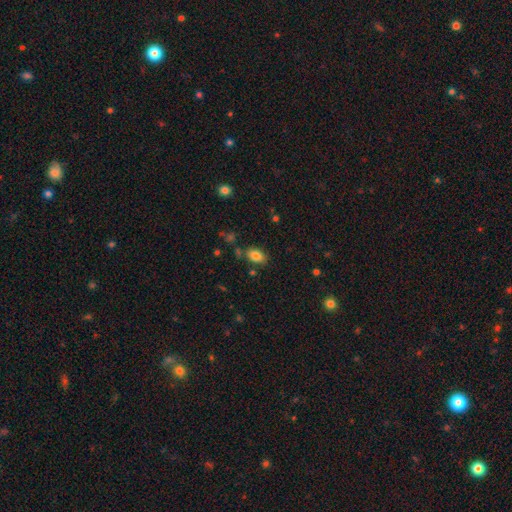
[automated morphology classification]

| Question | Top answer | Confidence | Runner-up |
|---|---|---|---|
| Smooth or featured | smooth | 83% | star or artifact (10%) |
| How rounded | in between | 88% | round (10%) |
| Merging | none | 77% | minor disturbance (14%) |